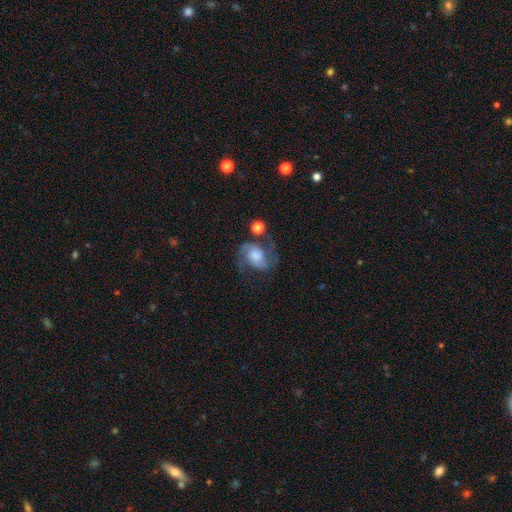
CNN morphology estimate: A featured or disk galaxy (82%) with no bar (63%), 2 (91%) medium (54%) spiral arms (96%) and a moderate central bulge (33%).

Vote fractions:
- Smooth or featured? featured or disk: 82% / smooth: 11% / star or artifact: 7%
- Edge-on disk? no: 98% / yes: 2%
- Bar? no: 63% / weak: 30% / strong: 7%
- Spiral arms? yes: 96% / no: 4%
- Spiral winding? medium: 54% / loose: 28% / tight: 18%
- Spiral arm count? 2: 91% / can't tell: 3% / 1: 2% / 3: 2% / 4: 1% / more than 4: 1%
- Bulge size? moderate: 33% / large: 24% / small: 24% / none: 14% / dominant: 5%
- Merging? none: 61% / minor disturbance: 18% / major disturbance: 14% / merger: 8%